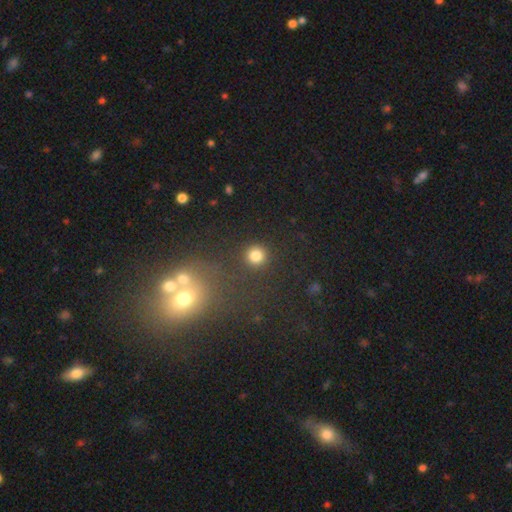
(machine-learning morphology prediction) This appears to be a smooth galaxy with no disk features (82%) that is round (94%). Merging: none (89%).